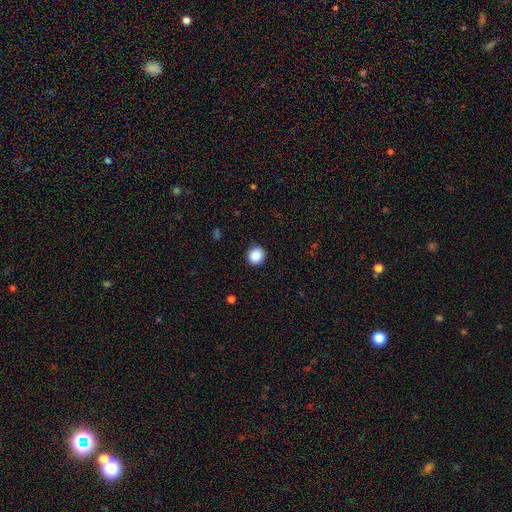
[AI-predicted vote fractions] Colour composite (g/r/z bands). It shows a smooth galaxy with no disk features (88%) that is round (92%). Merging: none (92%).